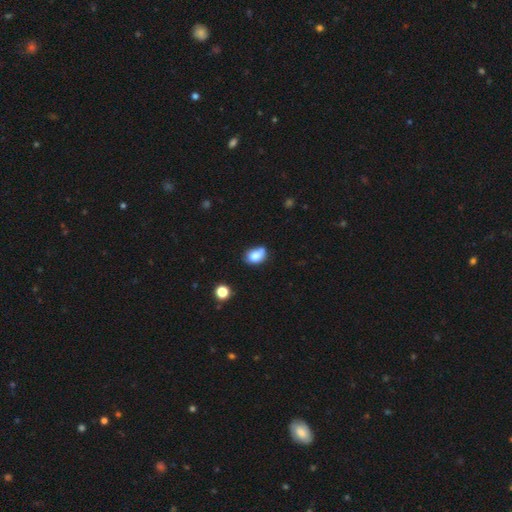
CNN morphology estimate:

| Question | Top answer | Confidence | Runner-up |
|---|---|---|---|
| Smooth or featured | smooth | 80% | featured or disk (11%) |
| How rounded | in between | 76% | round (22%) |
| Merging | none | 49% | minor disturbance (30%) |